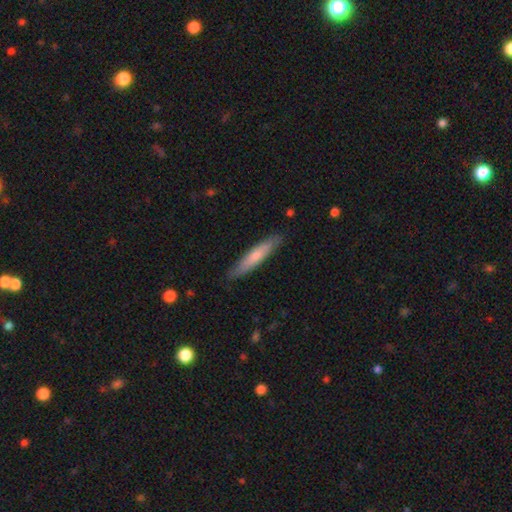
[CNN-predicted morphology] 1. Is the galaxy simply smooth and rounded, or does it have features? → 67% smooth, 28% featured or disk, 5% star or artifact.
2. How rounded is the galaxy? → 89% cigar-shaped, 10% in between, 1% round.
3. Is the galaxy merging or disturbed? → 86% none, 11% minor disturbance, 2% major disturbance, 1% merger.